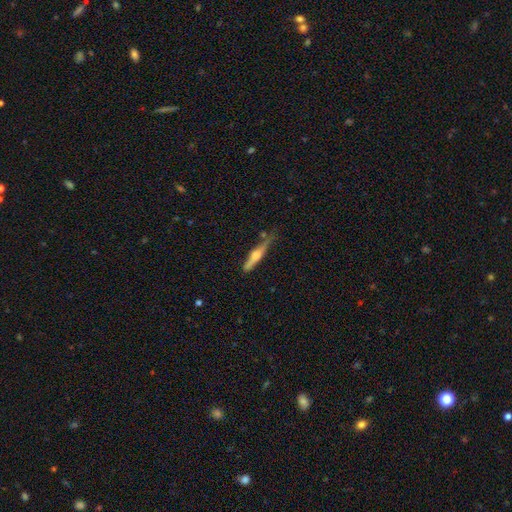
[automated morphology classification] The model was most divided on "smooth or featured": featured or disk: 60%, smooth: 34%, star or artifact: 6%. More confident: edge-on disk — yes (96%); edge-on bulge — rounded (85%); merging — none (68%).